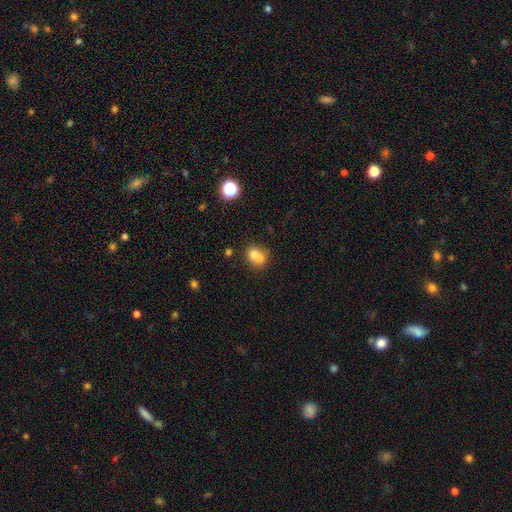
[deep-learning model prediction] Morphology: type=smooth (71%); roundness=round (60%); merging=merger (52%).